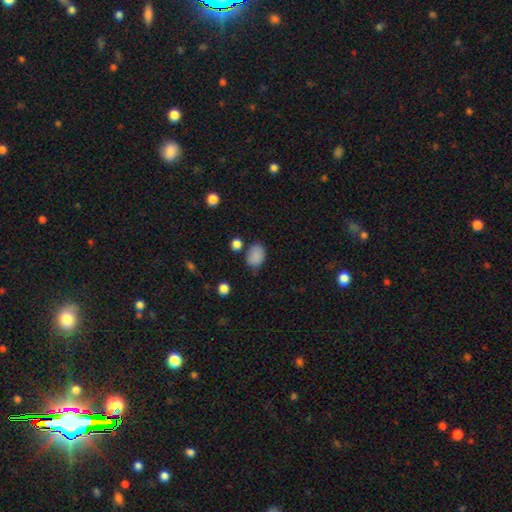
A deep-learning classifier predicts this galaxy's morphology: The model was most divided on "how rounded": in between: 73%, round: 26%, cigar-shaped: 1%. More confident: smooth or featured — smooth (85%); merging — none (71%).